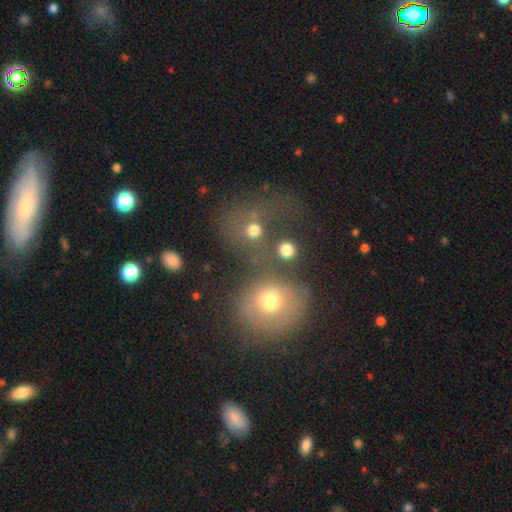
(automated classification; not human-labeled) This is possibly a smooth galaxy (47%). Merging: possibly none (54%).